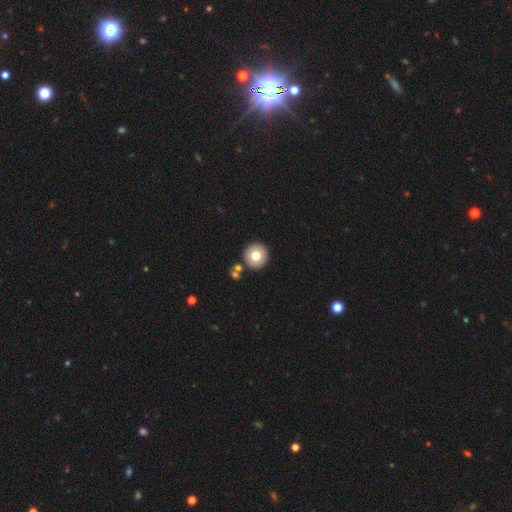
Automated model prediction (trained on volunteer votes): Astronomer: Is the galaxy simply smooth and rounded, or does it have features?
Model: smooth — 76%.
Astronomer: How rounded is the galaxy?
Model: round — 95%.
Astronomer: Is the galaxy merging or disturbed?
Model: none — 86%.